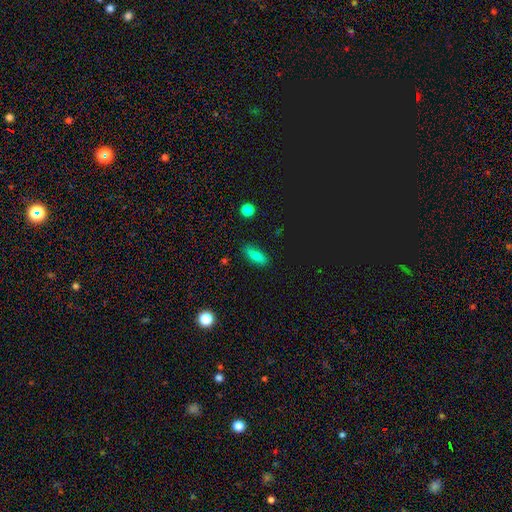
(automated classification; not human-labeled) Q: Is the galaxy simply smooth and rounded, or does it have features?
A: smooth — 76%.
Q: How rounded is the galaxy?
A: in between — 65%.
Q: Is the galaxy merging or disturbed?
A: none — 84%.